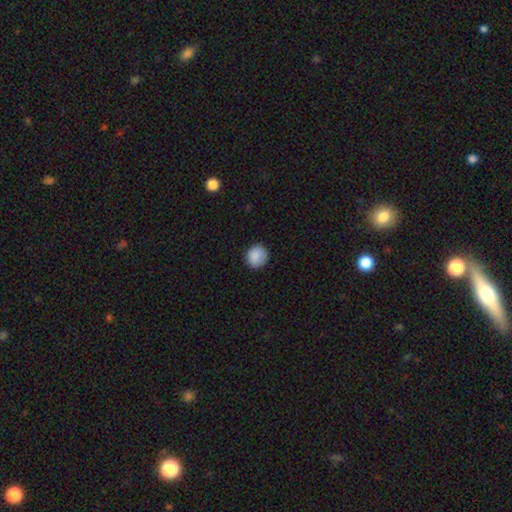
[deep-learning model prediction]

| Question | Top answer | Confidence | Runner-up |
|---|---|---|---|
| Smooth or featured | smooth | 88% | star or artifact (8%) |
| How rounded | round | 85% | in between (14%) |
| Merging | none | 84% | minor disturbance (12%) |